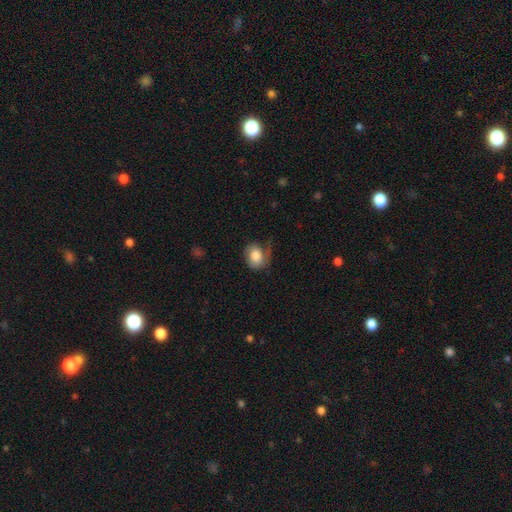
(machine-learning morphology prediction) smooth 75%, featured or disk 17%, star or artifact 7%. Down the decision tree: how rounded — round (50%); merging — none (48%).